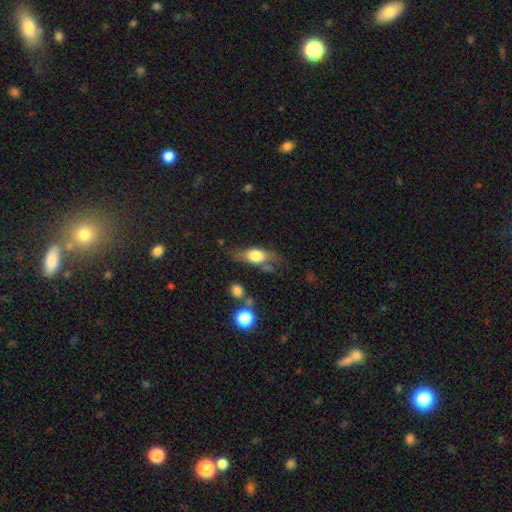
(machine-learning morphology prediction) This is possibly a smooth galaxy (58%). How rounded: likely in between (71%). Merging: possibly none (56%).